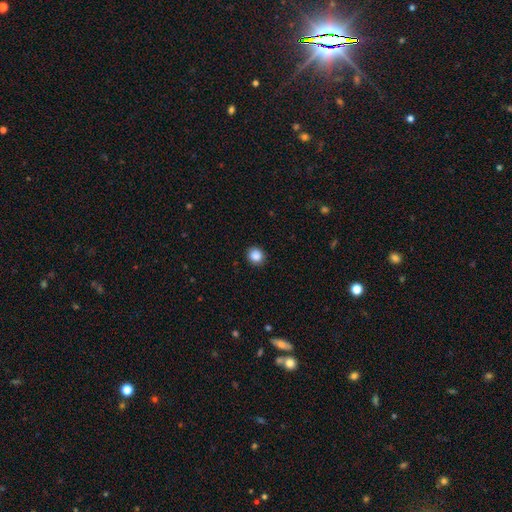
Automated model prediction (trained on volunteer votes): Q: Smooth or featured?
A: smooth (87%); runner-up: star or artifact (10%)
Q: How rounded?
A: round (87%); runner-up: in between (12%)
Q: Merging?
A: none (91%); runner-up: minor disturbance (6%)